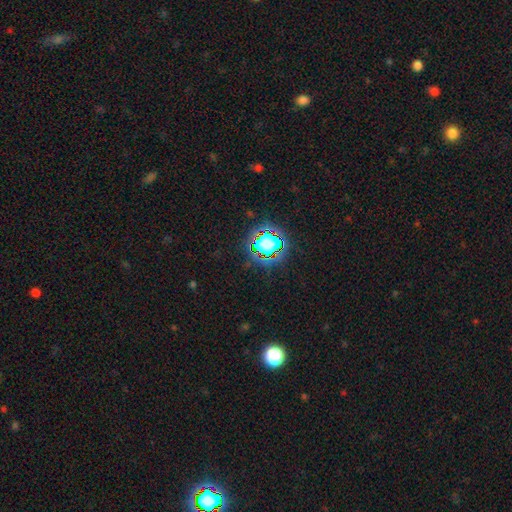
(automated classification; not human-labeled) Smooth or featured? star or artifact (79%)